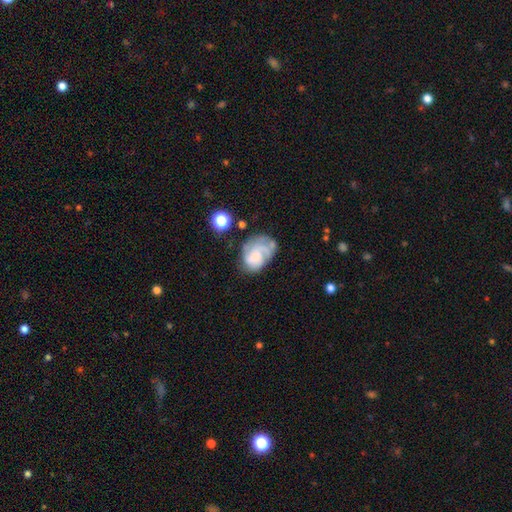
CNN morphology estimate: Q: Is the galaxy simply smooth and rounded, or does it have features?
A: featured or disk — 57%.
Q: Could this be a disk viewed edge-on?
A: no — 98%.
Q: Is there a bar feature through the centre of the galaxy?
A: no — 72%.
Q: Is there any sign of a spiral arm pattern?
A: yes — 78%.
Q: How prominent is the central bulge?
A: none — 41%.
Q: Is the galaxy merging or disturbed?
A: none — 46%.